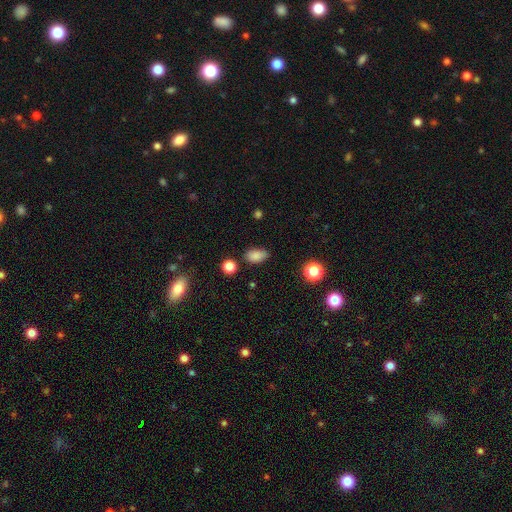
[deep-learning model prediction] smooth 85%, star or artifact 11%, featured or disk 5%. Down the decision tree: how rounded — in between (87%); merging — none (73%).